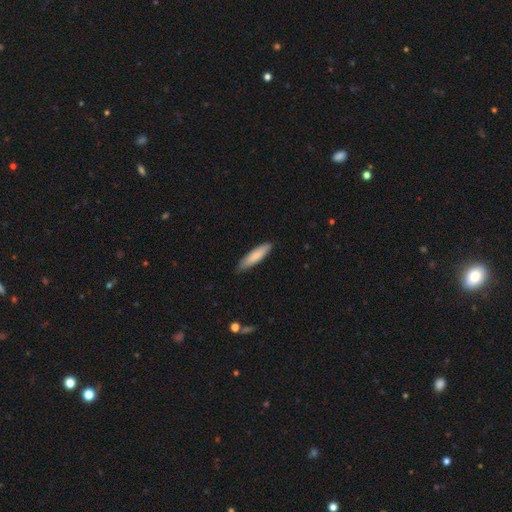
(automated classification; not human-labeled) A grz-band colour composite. It shows a smooth galaxy with no disk features (83%) that is cigar-shaped (75%). Merging: none (84%).